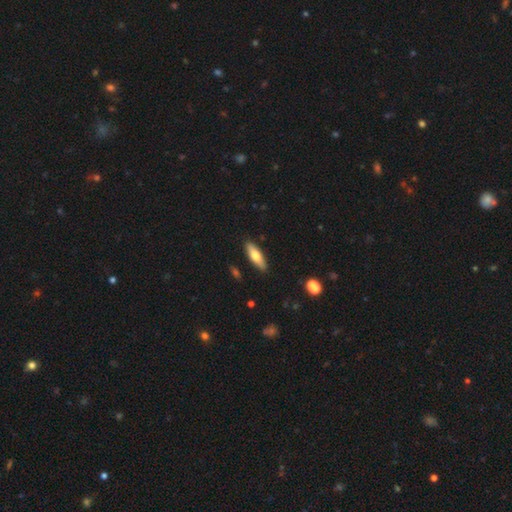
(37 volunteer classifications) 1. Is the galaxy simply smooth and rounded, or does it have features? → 73% smooth, 24% featured or disk, 3% star or artifact.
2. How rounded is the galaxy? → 52% in between, 48% cigar-shaped, 0% round.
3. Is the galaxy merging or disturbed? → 89% none, 6% merger, 3% minor disturbance, 3% major disturbance.